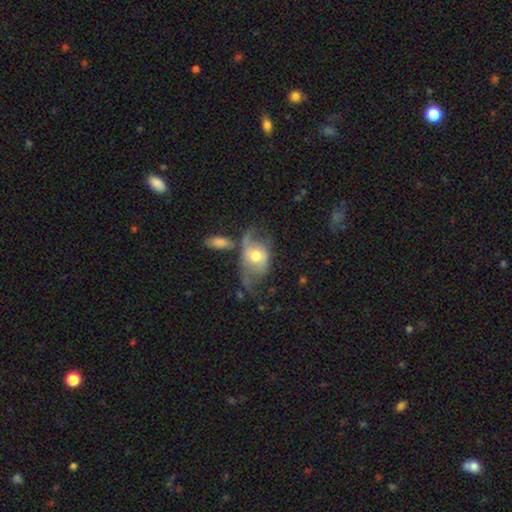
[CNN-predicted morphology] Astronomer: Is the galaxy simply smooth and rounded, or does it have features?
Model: featured or disk — 49% (runner-up: smooth, 43%).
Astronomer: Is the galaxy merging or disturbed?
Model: major disturbance — 31% (runner-up: none, 28%).